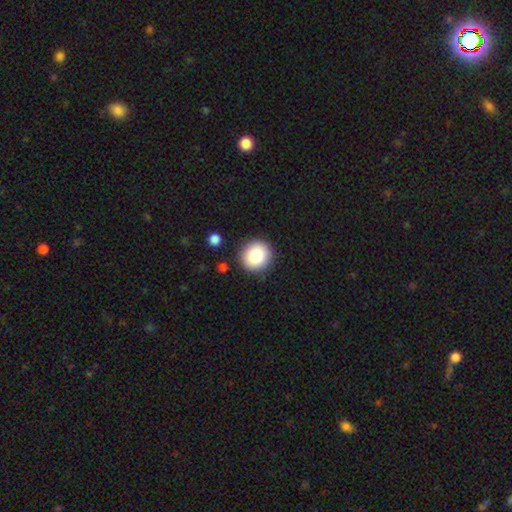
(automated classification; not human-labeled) Morphology: type=smooth (84%); roundness=round (91%); merging=none (89%).